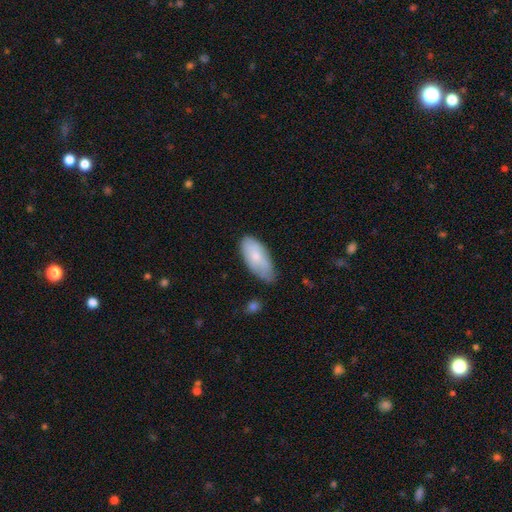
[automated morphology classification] type=smooth (76%); roundness=in between (89%); merging=none (61%).